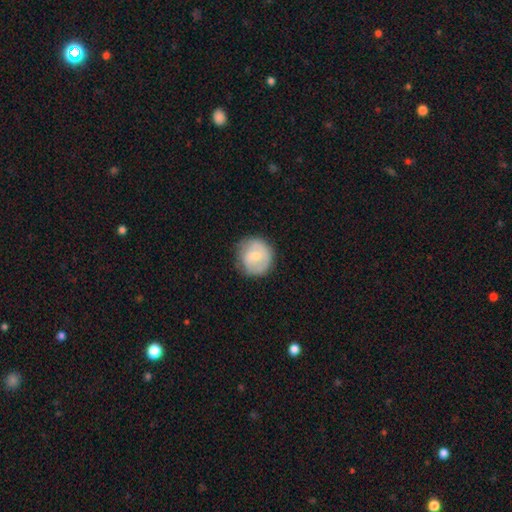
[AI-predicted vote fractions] Smooth or featured: smooth — 63% (featured or disk — 31%)
How rounded: round — 90% (in between — 9%)
Merging: none — 71% (minor disturbance — 21%)